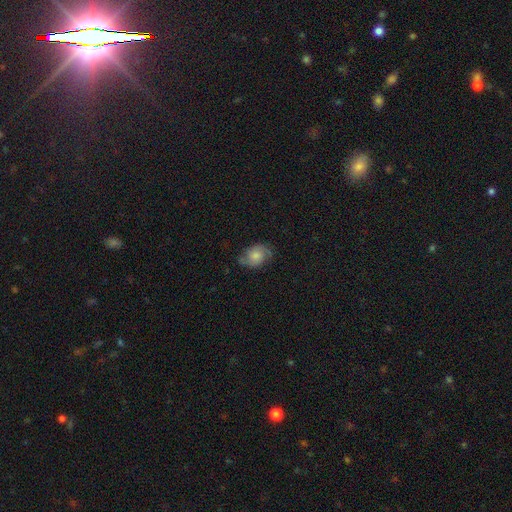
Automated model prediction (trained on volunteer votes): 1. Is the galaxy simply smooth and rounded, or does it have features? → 58% featured or disk, 33% smooth, 8% star or artifact.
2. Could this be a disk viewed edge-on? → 97% no, 3% yes.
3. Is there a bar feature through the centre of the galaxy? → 75% no, 22% weak, 3% strong.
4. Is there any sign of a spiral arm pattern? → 91% yes, 9% no.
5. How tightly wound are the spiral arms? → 44% medium, 32% loose, 24% tight.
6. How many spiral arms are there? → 87% 2, 6% can't tell, 3% 1, 2% 3, 1% 4, 1% more than 4.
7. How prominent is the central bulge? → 42% moderate, 32% small, 14% large, 10% none, 3% dominant.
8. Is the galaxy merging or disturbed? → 70% none, 21% minor disturbance, 8% major disturbance, 1% merger.